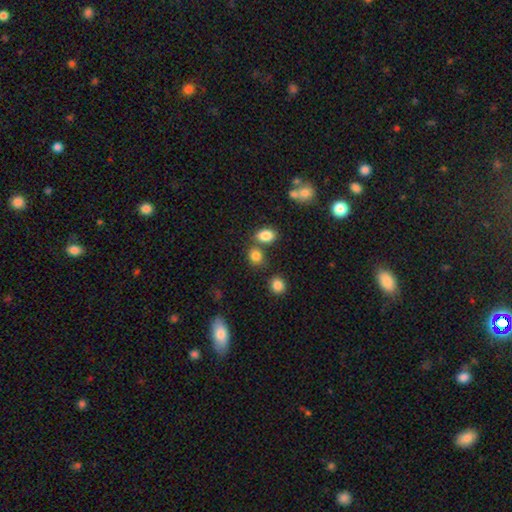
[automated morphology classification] Overall: smooth (83%). How rounded: in between (50%; round 49%). Merging: none (62%; merger 23%).